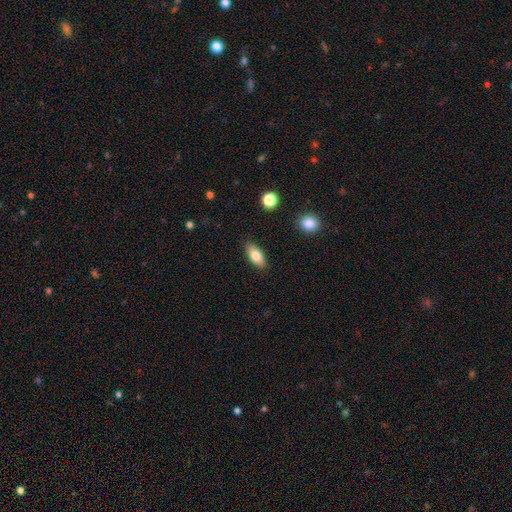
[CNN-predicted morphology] This appears to be a smooth galaxy with no disk features (79%) that is in between round and cigar-shaped (87%). Merging: none (87%).